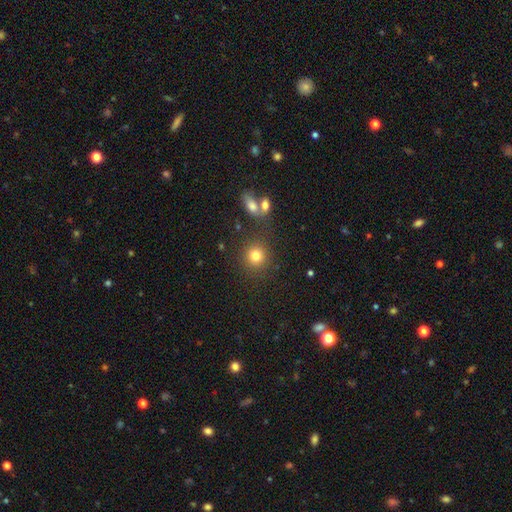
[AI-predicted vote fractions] Overall: smooth (79%). How rounded: round (89%). Merging: none (81%).